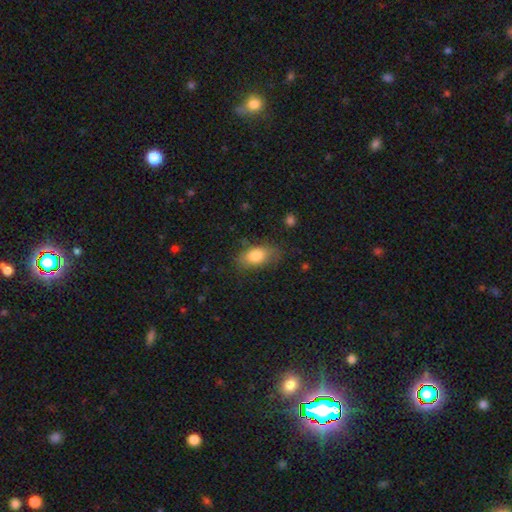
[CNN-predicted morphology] smooth_or_featured: smooth (p=0.81) [alt: featured or disk p=0.12]
how_rounded: in between (p=0.88) [alt: round p=0.07]
merging: none (p=0.68) [alt: minor disturbance p=0.23]